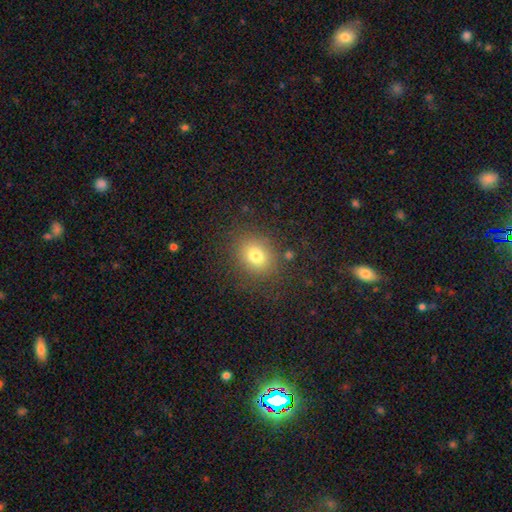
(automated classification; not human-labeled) This is likely a smooth galaxy (77%). How rounded: likely round (61%). Merging: clearly none (82%).